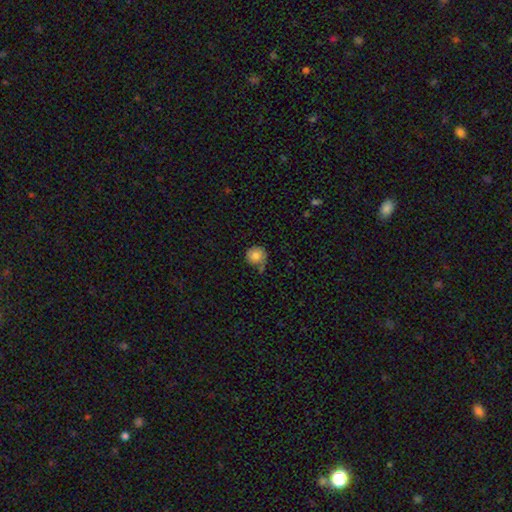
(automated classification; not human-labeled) Smooth or featured: smooth — 79% (featured or disk — 12%)
How rounded: round — 92% (in between — 8%)
Merging: none — 61% (minor disturbance — 23%)